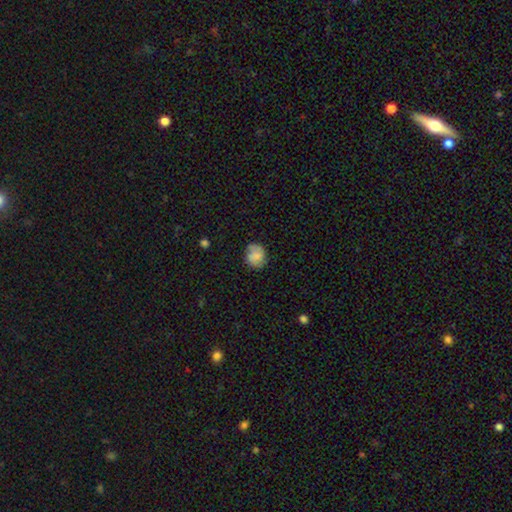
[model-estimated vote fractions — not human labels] A smooth galaxy with no disk features (63%) that is round (72%).

Vote fractions:
- Smooth or featured? smooth: 63% / featured or disk: 29% / star or artifact: 9%
- How rounded? round: 72% / in between: 28% / cigar-shaped: 1%
- Merging? none: 75% / minor disturbance: 18% / major disturbance: 5% / merger: 2%